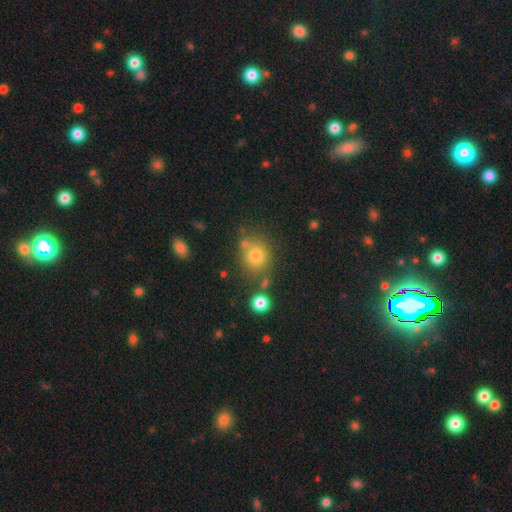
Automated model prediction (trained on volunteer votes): smooth 77%, star or artifact 15%, featured or disk 9%. Down the decision tree: how rounded — round (79%); merging — none (72%).